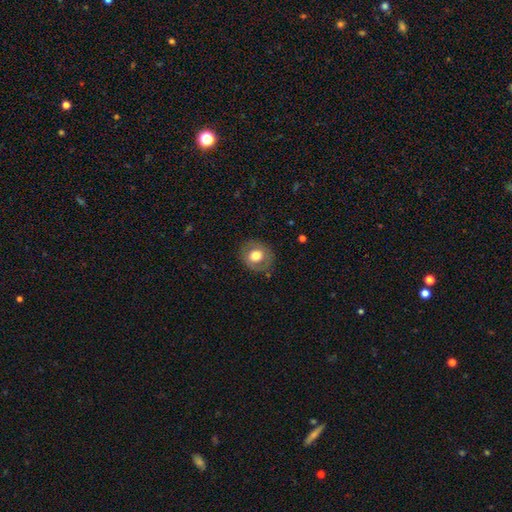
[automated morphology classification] smooth-or-featured: smooth: 63% | featured or disk: 29% | star or artifact: 8%
  how-rounded: round: 78% | in between: 21% | cigar-shaped: 1%
  merging: none: 81% | minor disturbance: 13% | major disturbance: 5% | merger: 1%